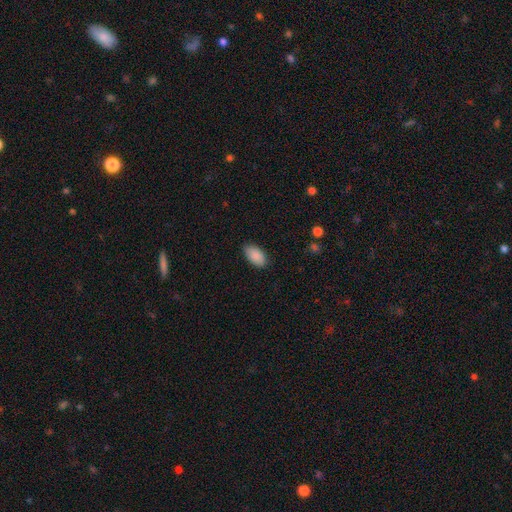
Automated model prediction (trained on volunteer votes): This appears to be a smooth galaxy with no disk features (90%) that is in between round and cigar-shaped (95%). Merging: none (84%).